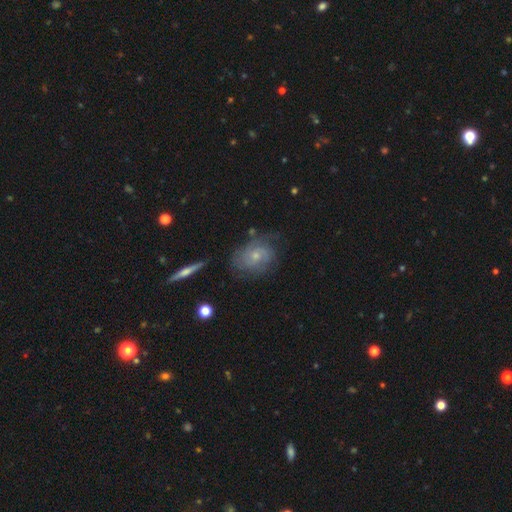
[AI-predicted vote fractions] Smooth or featured: featured or disk — 66% (smooth — 25%)
Edge-on disk: no — 95% (yes — 5%)
Bar: no — 77% (weak — 20%)
Spiral arms: yes — 84% (no — 16%)
Spiral winding: tight — 54% (medium — 32%)
Spiral arm count: can't tell — 45% (2 — 27%)
Bulge size: small — 67% (moderate — 28%)
Merging: none — 63% (minor disturbance — 23%)